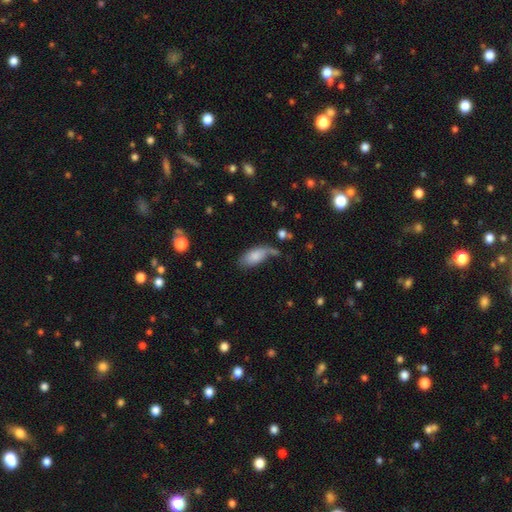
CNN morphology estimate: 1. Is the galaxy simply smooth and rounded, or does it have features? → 78% smooth, 15% featured or disk, 7% star or artifact.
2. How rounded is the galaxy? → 89% in between, 8% cigar-shaped, 3% round.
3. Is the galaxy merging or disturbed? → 39% none, 30% minor disturbance, 21% major disturbance, 10% merger.